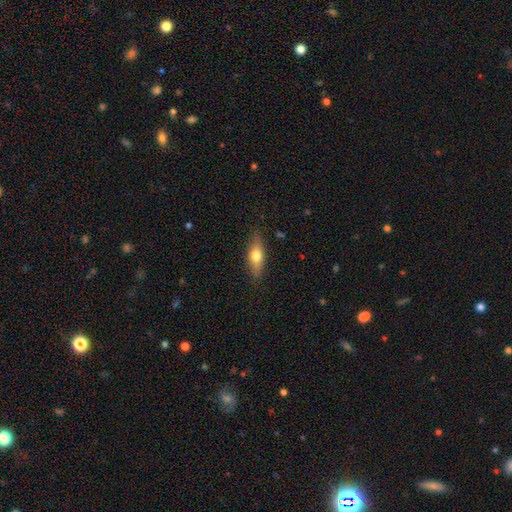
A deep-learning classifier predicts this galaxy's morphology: Smooth or featured: smooth — 63% (featured or disk — 30%)
How rounded: in between — 65% (cigar-shaped — 31%)
Merging: none — 83% (minor disturbance — 13%)